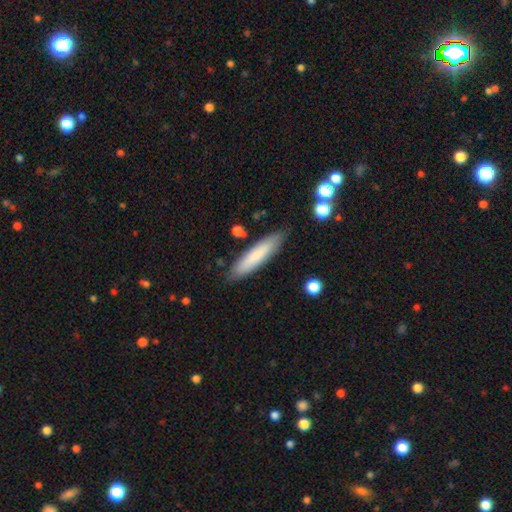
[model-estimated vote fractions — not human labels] smooth 77%, featured or disk 17%, star or artifact 6%. Down the decision tree: how rounded — cigar-shaped (81%); merging — none (86%).